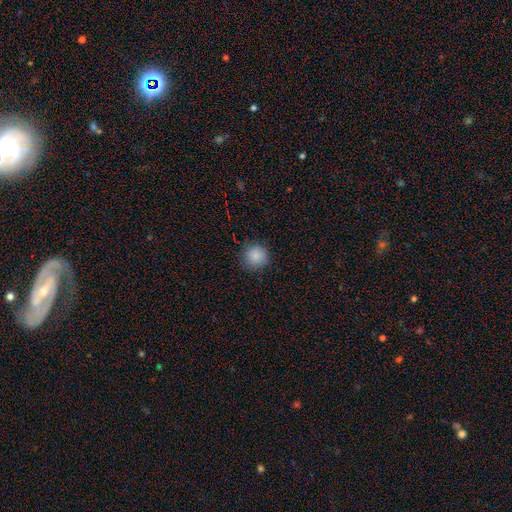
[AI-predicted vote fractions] smooth_or_featured: smooth (p=0.87) [alt: star or artifact p=0.10]
how_rounded: round (p=0.94) [alt: in between p=0.05]
merging: none (p=0.88) [alt: minor disturbance p=0.09]